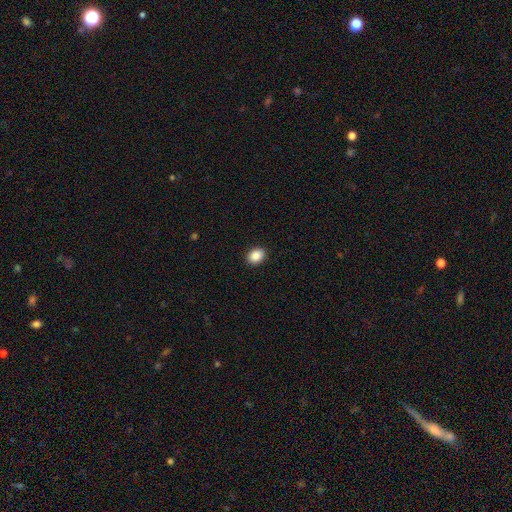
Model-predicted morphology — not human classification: smooth-or-featured: smooth: 88% | star or artifact: 8% | featured or disk: 4%
  how-rounded: in between: 62% | round: 37% | cigar-shaped: 1%
  merging: none: 91% | minor disturbance: 6% | major disturbance: 2% | merger: 1%